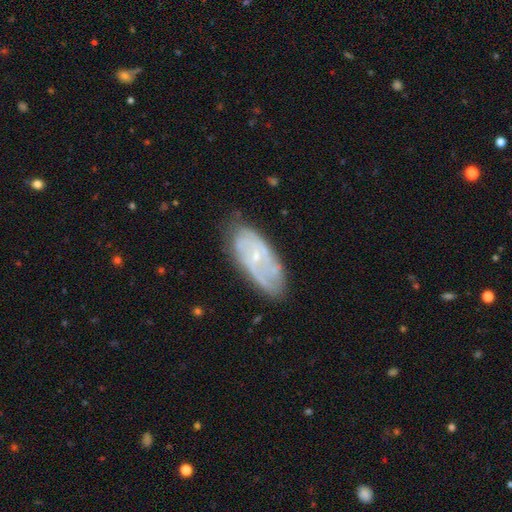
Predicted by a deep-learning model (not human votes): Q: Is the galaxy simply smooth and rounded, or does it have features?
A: featured or disk — 66%.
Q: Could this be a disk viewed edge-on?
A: no — 91%.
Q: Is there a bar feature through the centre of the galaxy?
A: no — 64%.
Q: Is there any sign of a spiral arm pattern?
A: yes — 73%.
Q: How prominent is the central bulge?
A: small — 76%.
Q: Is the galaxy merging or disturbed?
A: none — 66%.